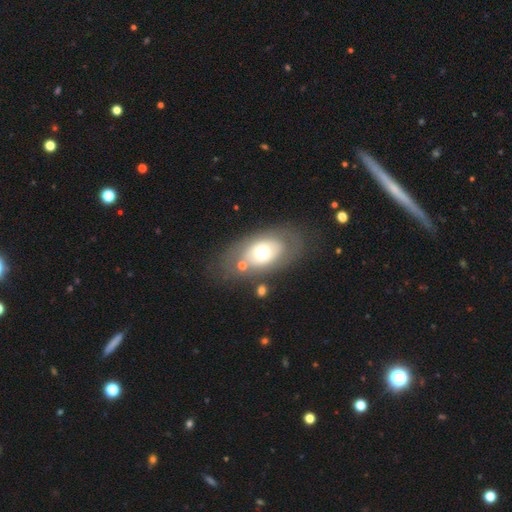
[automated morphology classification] Smooth or featured? Predicted: featured or disk (p=0.47). Merging? Predicted: none (p=0.76).